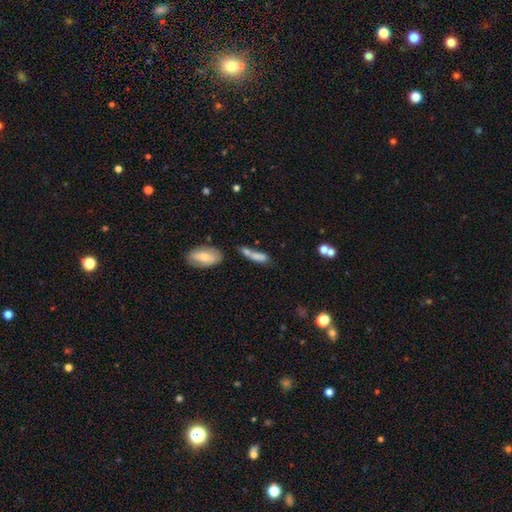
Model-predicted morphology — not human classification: type=smooth (75%); roundness=cigar-shaped (51%); merging=merger (36%, tied with none).